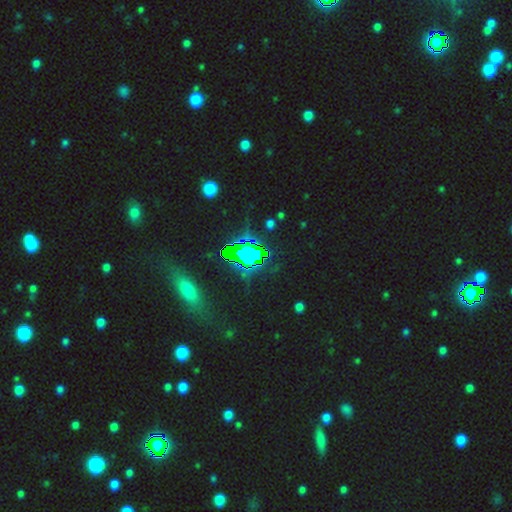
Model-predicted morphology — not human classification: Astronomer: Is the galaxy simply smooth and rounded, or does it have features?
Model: star or artifact — 71%.